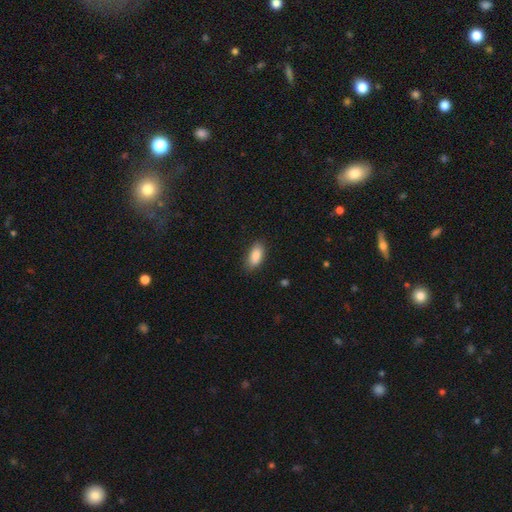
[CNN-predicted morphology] This is clearly a smooth galaxy (88%). How rounded: clearly in between (89%). Merging: clearly none (82%).